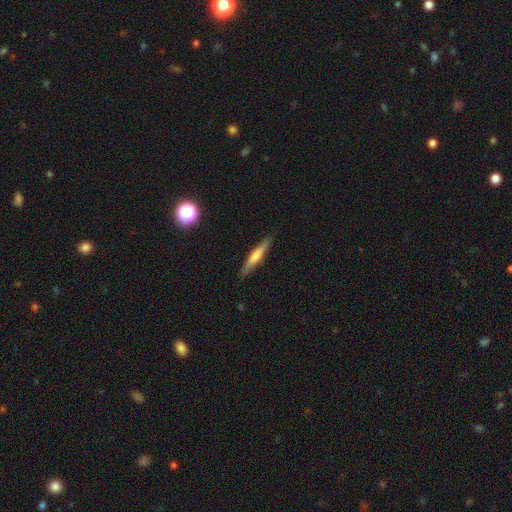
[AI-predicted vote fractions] Smooth or featured? Predicted: smooth (p=0.54). How rounded? Predicted: cigar-shaped (p=0.91). Merging? Predicted: none (p=0.88).